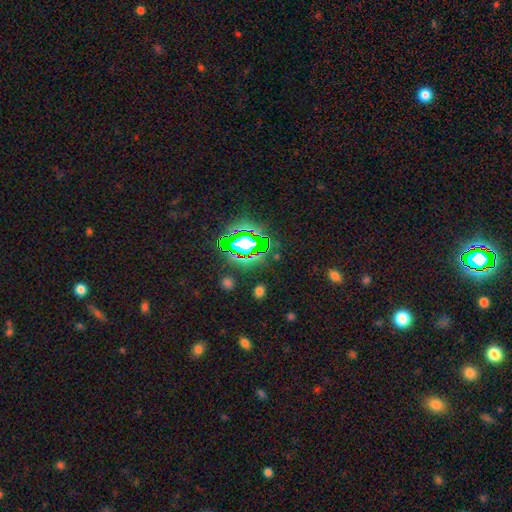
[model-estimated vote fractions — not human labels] smooth_or_featured: star or artifact (p=0.78) [alt: smooth p=0.14]